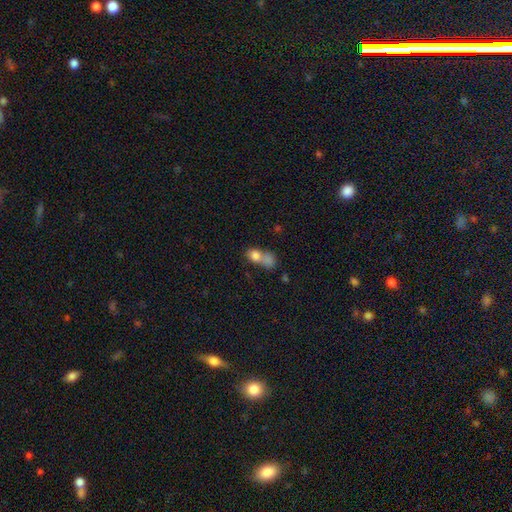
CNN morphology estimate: type=smooth (78%); roundness=in between (53%); merging=merger (68%).